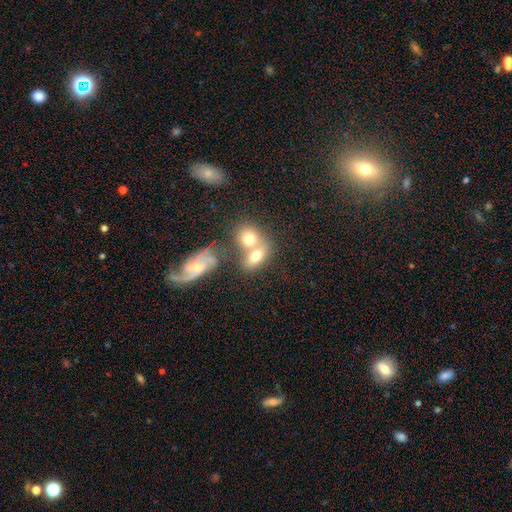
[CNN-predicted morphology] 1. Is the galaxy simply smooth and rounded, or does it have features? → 64% smooth, 26% featured or disk, 10% star or artifact.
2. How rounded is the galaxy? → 69% in between, 28% round, 3% cigar-shaped.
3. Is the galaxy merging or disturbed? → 53% merger, 32% none, 10% minor disturbance, 5% major disturbance.